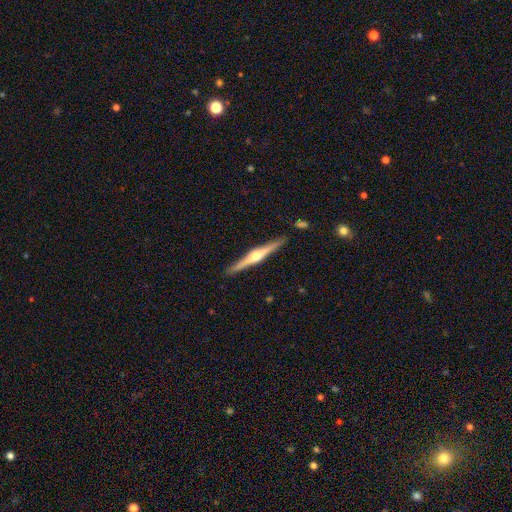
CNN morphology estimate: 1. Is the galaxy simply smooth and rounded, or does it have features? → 79% featured or disk, 17% smooth, 5% star or artifact.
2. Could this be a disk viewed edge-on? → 98% yes, 2% no.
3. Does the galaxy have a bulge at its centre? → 93% rounded, 3% none, 3% boxy.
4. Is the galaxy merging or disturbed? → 90% none, 7% minor disturbance, 1% merger, 1% major disturbance.